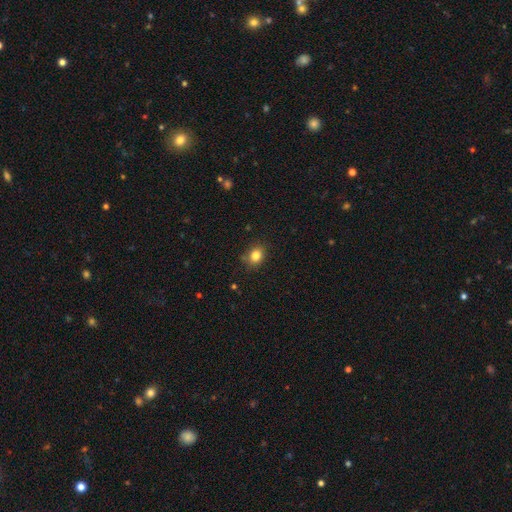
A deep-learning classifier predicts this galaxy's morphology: smooth_or_featured: smooth (p=0.83) [alt: star or artifact p=0.11]
how_rounded: round (p=0.58) [alt: in between p=0.41]
merging: none (p=0.80) [alt: minor disturbance p=0.15]